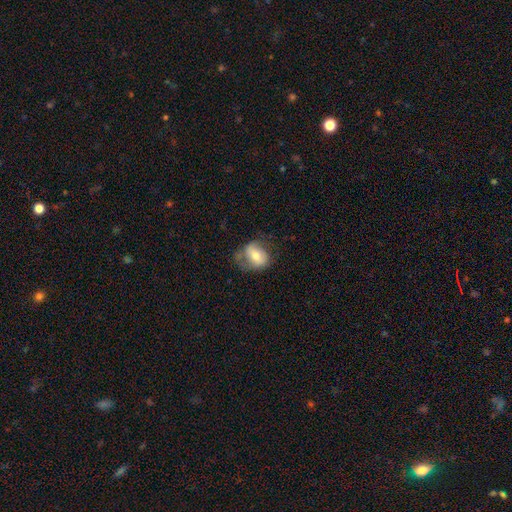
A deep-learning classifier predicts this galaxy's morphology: Smooth or featured? Predicted: smooth (p=0.58). How rounded? Predicted: in between (p=0.63). Merging? Predicted: none (p=0.51).